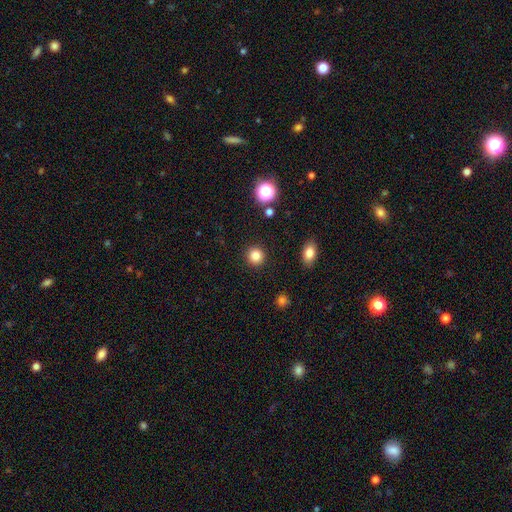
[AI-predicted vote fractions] smooth 84%, star or artifact 12%, featured or disk 5%. Down the decision tree: how rounded — round (92%); merging — none (92%).